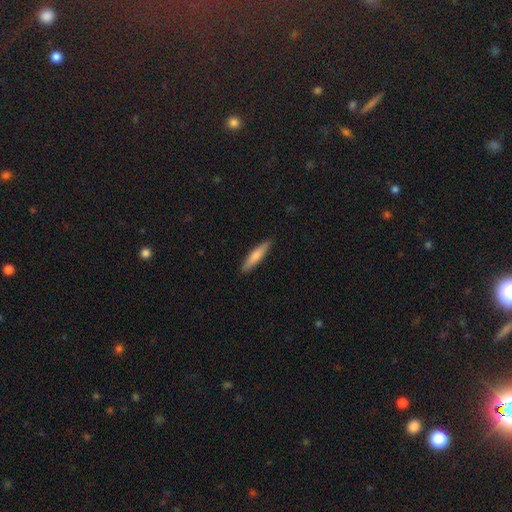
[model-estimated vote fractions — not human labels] Smooth or featured? smooth (71%)
How rounded? cigar-shaped (85%)
Merging? none (90%)